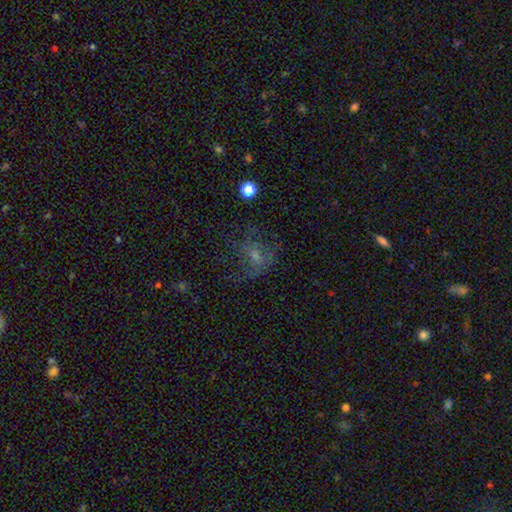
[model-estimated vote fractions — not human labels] Smooth or featured? Predicted: smooth (p=0.42). Merging? Predicted: none (p=0.44).